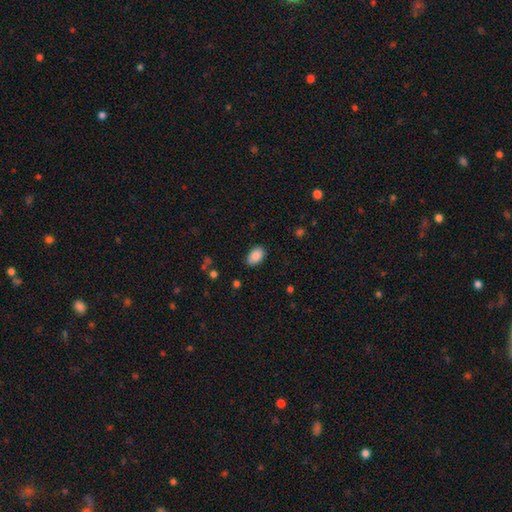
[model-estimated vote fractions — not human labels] Smooth or featured? smooth (88%)
How rounded? in between (91%)
Merging? none (84%)